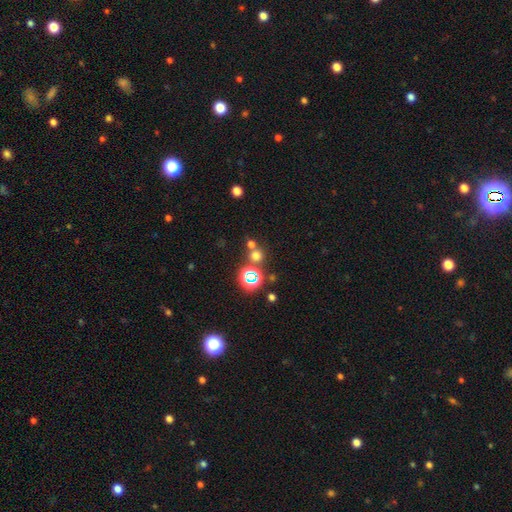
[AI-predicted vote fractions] A smooth galaxy with no disk features (58%) that is round (90%).

Vote fractions:
- Smooth or featured? smooth: 58% / star or artifact: 34% / featured or disk: 8%
- How rounded? round: 90% / in between: 9% / cigar-shaped: 1%
- Merging? none: 66% / merger: 24% / minor disturbance: 7% / major disturbance: 3%